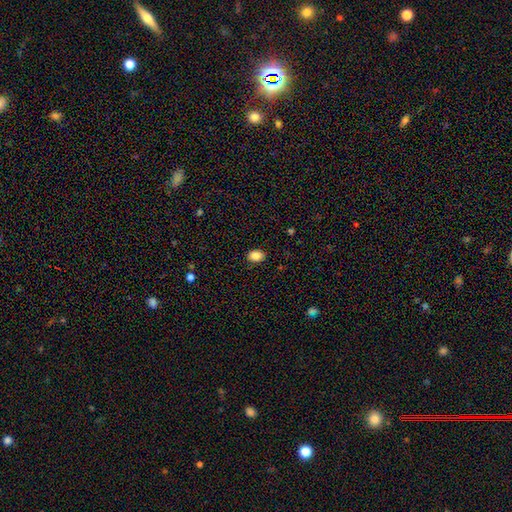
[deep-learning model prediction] A smooth galaxy with no disk features (87%) that is in between round and cigar-shaped (73%).

Vote fractions:
- Smooth or featured? smooth: 87% / star or artifact: 9% / featured or disk: 4%
- How rounded? in between: 73% / round: 26% / cigar-shaped: 1%
- Merging? none: 89% / minor disturbance: 8% / major disturbance: 2% / merger: 1%